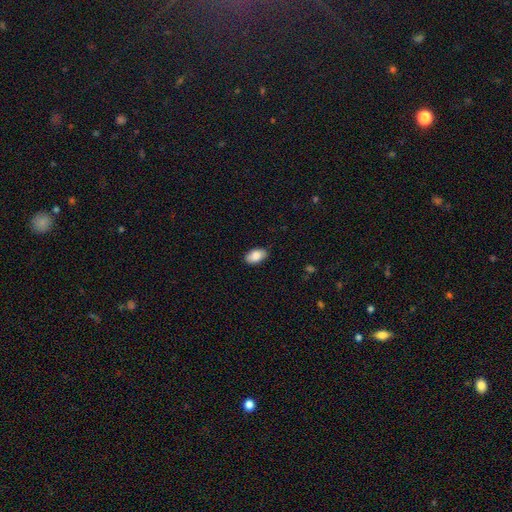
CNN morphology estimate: This appears to be a smooth galaxy with no disk features (85%) that is in between round and cigar-shaped (93%). Merging: none (86%).